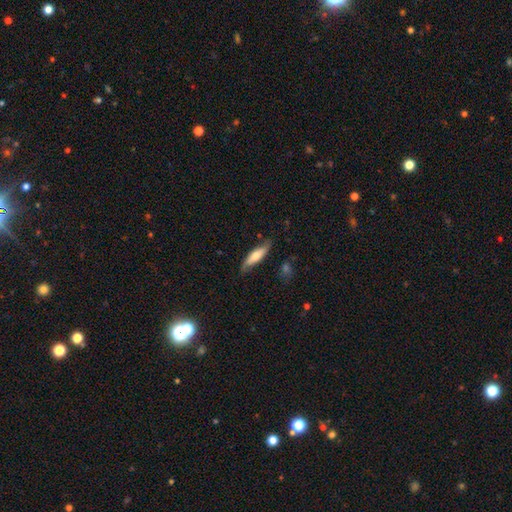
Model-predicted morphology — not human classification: type=smooth (59%); roundness=cigar-shaped (66%); merging=none (77%).